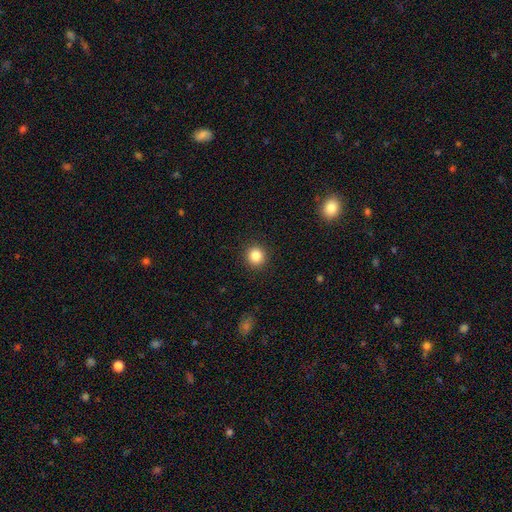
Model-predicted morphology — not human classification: A smooth galaxy with no disk features (85%) that is round (93%). Merging: none (92%).